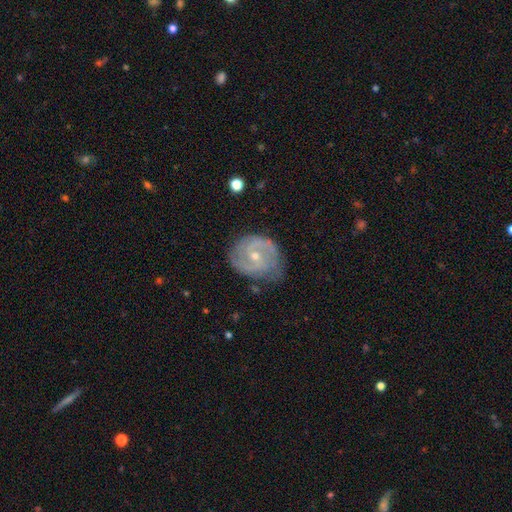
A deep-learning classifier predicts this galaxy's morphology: smooth_or_featured: featured or disk (p=0.86) [alt: smooth p=0.09]
disk_edge_on: no (p=0.98) [alt: yes p=0.02]
bar: no (p=0.46) [alt: weak p=0.45]
has_spiral_arms: yes (p=0.96) [alt: no p=0.04]
spiral_winding: tight (p=0.48) [alt: medium p=0.42]
spiral_arm_count: 2 (p=0.69) [alt: 3 p=0.13]
bulge_size: small (p=0.55) [alt: moderate p=0.42]
merging: none (p=0.71) [alt: minor disturbance p=0.22]